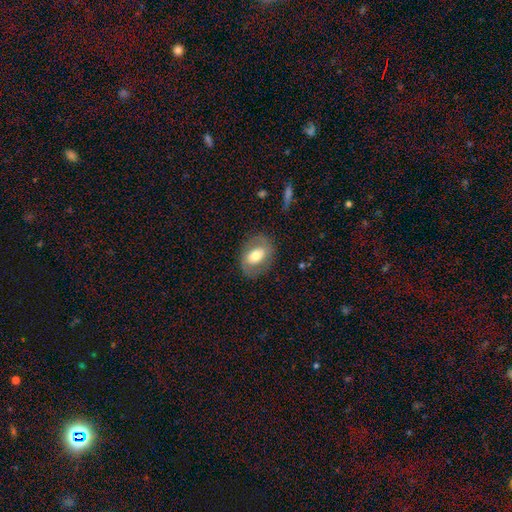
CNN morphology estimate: Q: Smooth or featured?
A: featured or disk (48%); runner-up: smooth (45%)
Q: Merging?
A: none (78%); runner-up: minor disturbance (14%)